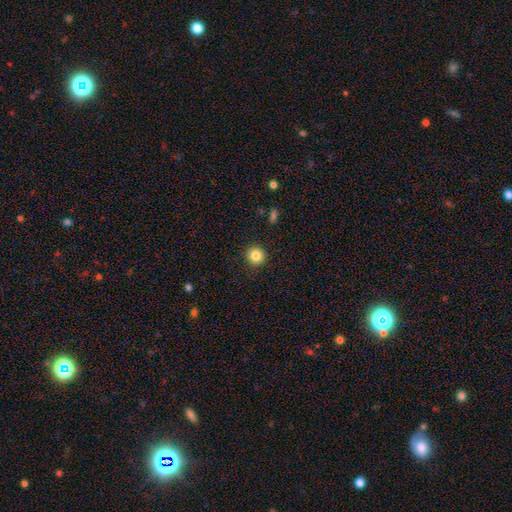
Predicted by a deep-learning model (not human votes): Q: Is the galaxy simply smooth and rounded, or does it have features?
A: smooth — 84%.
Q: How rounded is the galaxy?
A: round — 92%.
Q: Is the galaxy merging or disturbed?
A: none — 91%.